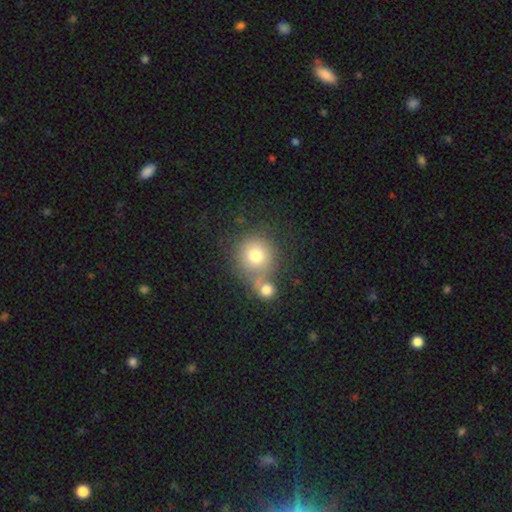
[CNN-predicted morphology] smooth-or-featured: smooth: 76% | featured or disk: 13% | star or artifact: 11%
  how-rounded: round: 91% | in between: 8% | cigar-shaped: 1%
  merging: none: 46% | merger: 38% | minor disturbance: 11% | major disturbance: 6%